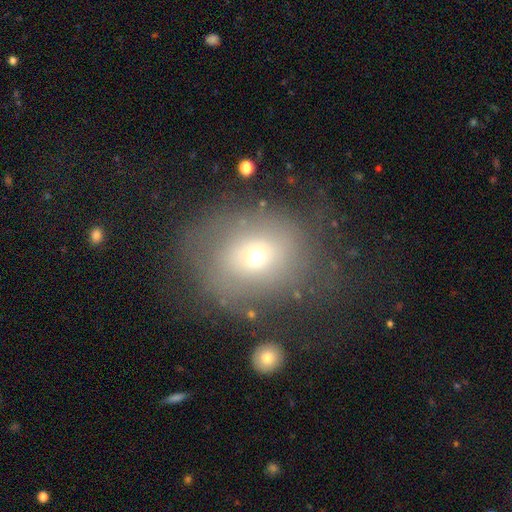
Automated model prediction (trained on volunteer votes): Smooth or featured? smooth (61%)
How rounded? round (66%)
Merging? none (55%)